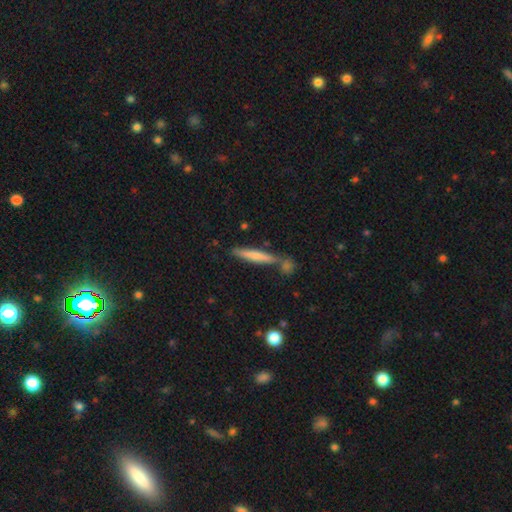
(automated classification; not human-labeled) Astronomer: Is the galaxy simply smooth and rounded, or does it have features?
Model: smooth — 64%.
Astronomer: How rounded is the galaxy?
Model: cigar-shaped — 93%.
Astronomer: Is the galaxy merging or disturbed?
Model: none — 71%.